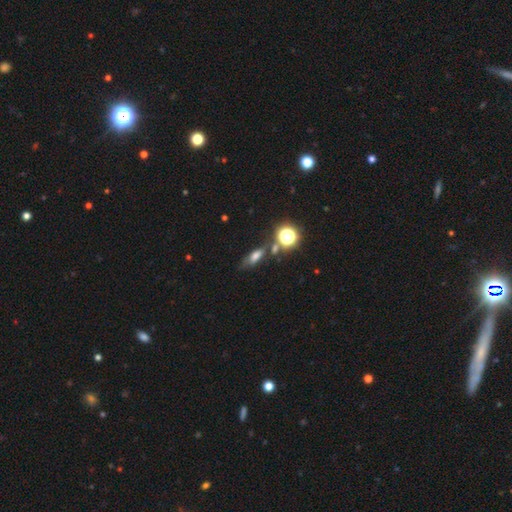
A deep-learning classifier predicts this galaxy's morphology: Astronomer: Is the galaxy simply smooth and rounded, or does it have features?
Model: smooth — 57%.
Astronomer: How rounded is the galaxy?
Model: in between — 52% (runner-up: cigar-shaped, 31%).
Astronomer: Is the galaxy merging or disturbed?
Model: none — 59%.